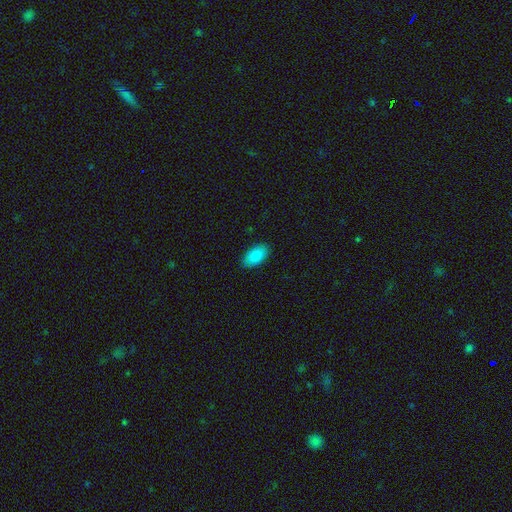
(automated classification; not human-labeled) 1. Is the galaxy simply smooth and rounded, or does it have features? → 88% smooth, 7% star or artifact, 5% featured or disk.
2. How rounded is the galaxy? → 95% in between, 3% round, 2% cigar-shaped.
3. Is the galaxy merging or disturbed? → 89% none, 9% minor disturbance, 2% major disturbance, 1% merger.